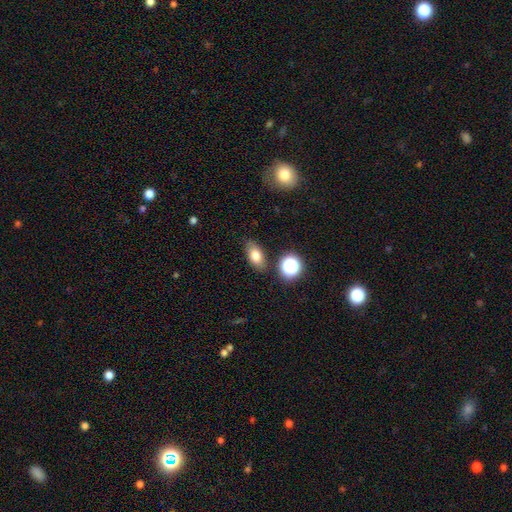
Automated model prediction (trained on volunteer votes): Smooth or featured?
  - smooth: 78% *
  - star or artifact: 11%
  - featured or disk: 11%
How rounded?
  - in between: 84% *
  - round: 11%
  - cigar-shaped: 5%
Merging?
  - none: 82% *
  - minor disturbance: 11%
  - merger: 4%
  - major disturbance: 3%